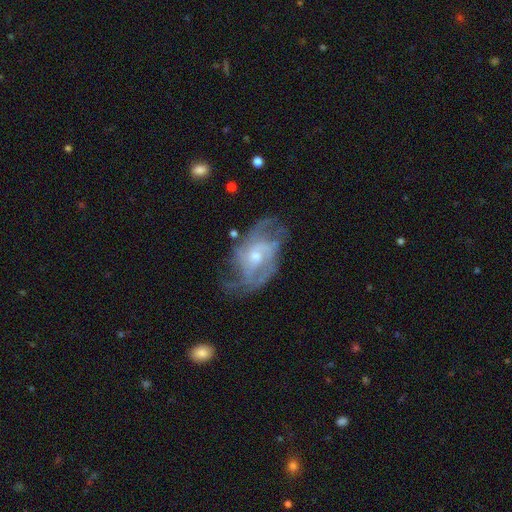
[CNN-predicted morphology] A featured or disk galaxy (84%) with no bar (59%), 2 (37%) medium (46%) spiral arms (91%) and a moderate central bulge (48%).

Vote fractions:
- Smooth or featured? featured or disk: 84% / smooth: 10% / star or artifact: 6%
- Edge-on disk? no: 96% / yes: 4%
- Bar? no: 59% / weak: 34% / strong: 7%
- Spiral arms? yes: 91% / no: 9%
- Spiral winding? medium: 46% / tight: 32% / loose: 22%
- Spiral arm count? 2: 37% / can't tell: 28% / 3: 19% / 4: 7% / 1: 5% / more than 4: 4%
- Bulge size? moderate: 48% / small: 46% / large: 3% / none: 2% / dominant: 1%
- Merging? none: 59% / minor disturbance: 22% / major disturbance: 16% / merger: 2%